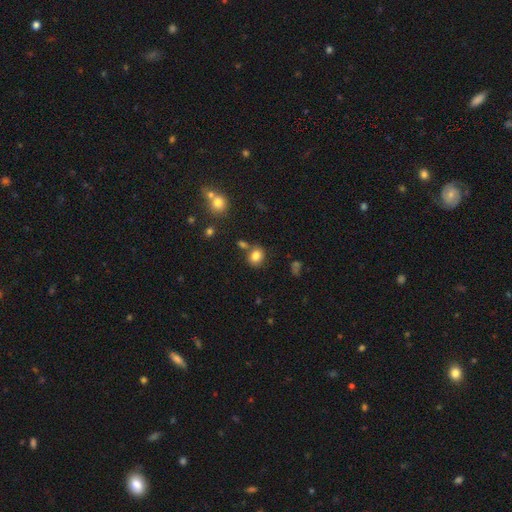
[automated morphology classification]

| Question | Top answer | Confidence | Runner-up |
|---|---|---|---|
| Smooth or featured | smooth | 82% | star or artifact (11%) |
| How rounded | round | 63% | in between (36%) |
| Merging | none | 72% | merger (13%) |